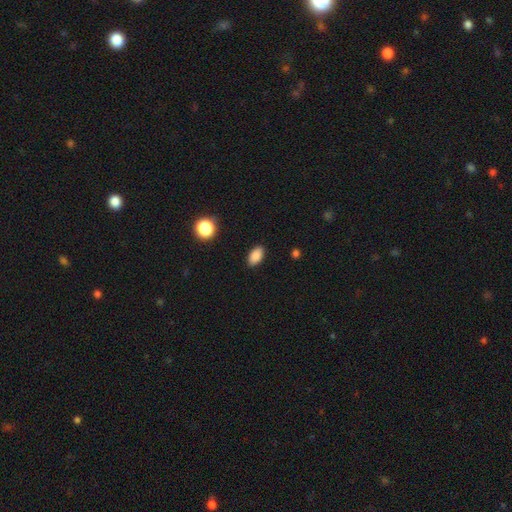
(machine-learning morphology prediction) Overall: smooth (87%). How rounded: in between (91%). Merging: none (88%).